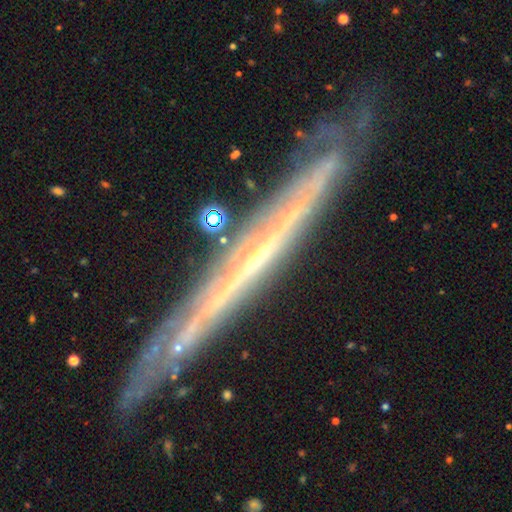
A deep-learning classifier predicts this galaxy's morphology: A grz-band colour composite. It shows a featured or disk galaxy (75%) viewed edge-on (89%) with no central bulge (78%). Merging: none (82%).